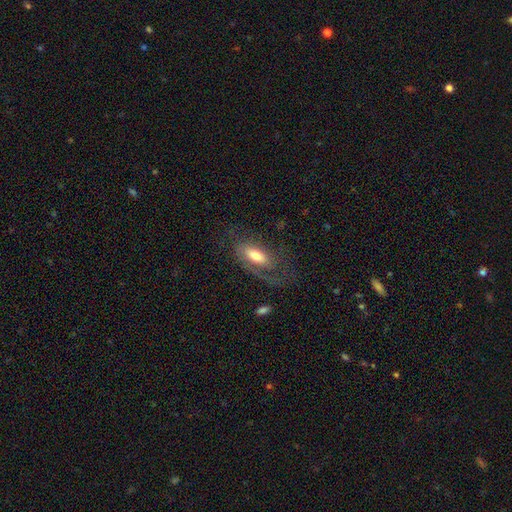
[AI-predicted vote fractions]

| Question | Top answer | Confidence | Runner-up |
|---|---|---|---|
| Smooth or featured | featured or disk | 48% | smooth (45%) |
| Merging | none | 47% | major disturbance (31%) |